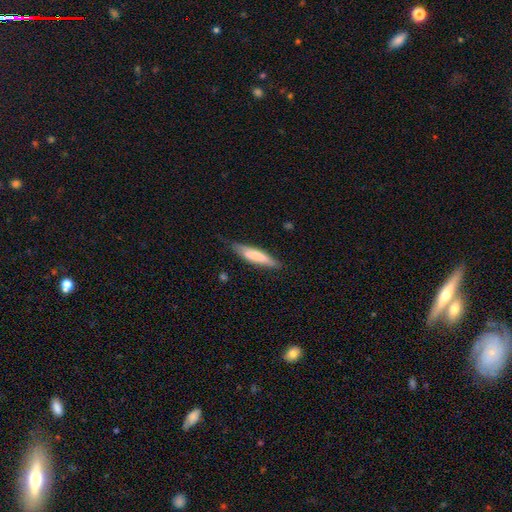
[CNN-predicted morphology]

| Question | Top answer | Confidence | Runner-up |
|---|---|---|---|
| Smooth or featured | smooth | 63% | featured or disk (31%) |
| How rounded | cigar-shaped | 79% | in between (19%) |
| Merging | none | 74% | minor disturbance (20%) |